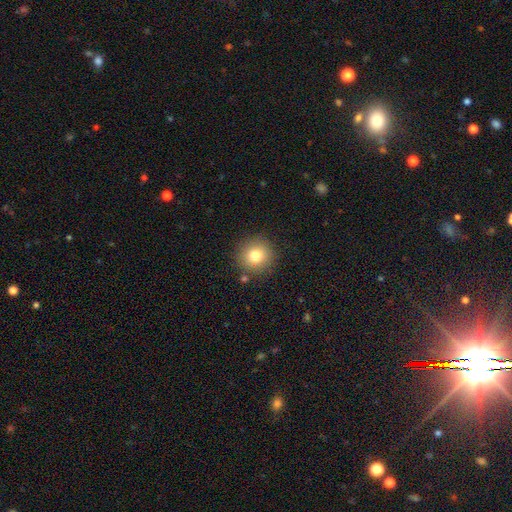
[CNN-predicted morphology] This is likely a smooth galaxy (78%). How rounded: clearly round (93%). Merging: clearly none (87%).